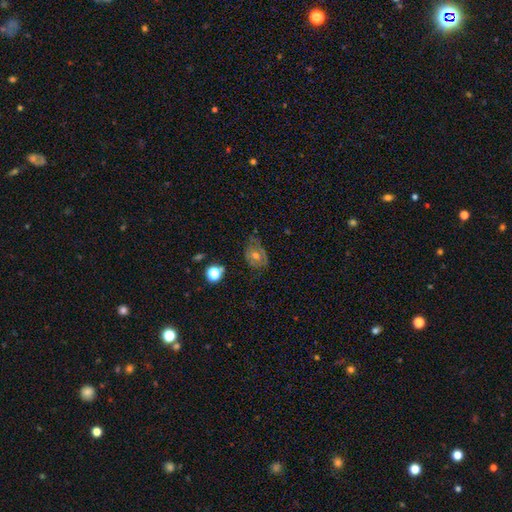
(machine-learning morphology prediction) A featured or disk galaxy (50%).

Vote fractions:
- Smooth or featured? featured or disk: 50% / smooth: 35% / star or artifact: 15%
- Merging? none: 59% / minor disturbance: 26% / major disturbance: 12% / merger: 3%